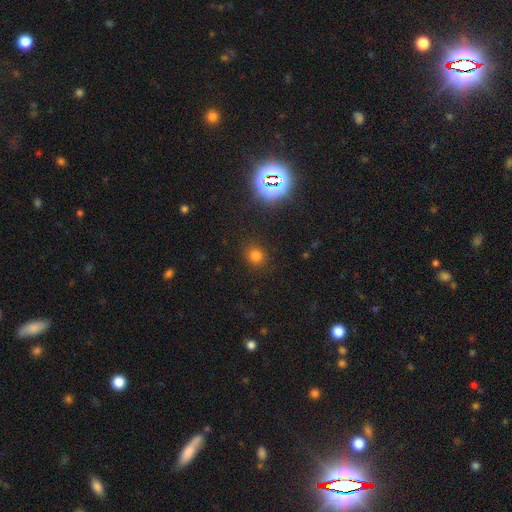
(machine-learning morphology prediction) Q: Smooth or featured?
A: smooth (73%); runner-up: star or artifact (21%)
Q: How rounded?
A: round (83%); runner-up: in between (16%)
Q: Merging?
A: none (87%); runner-up: minor disturbance (9%)